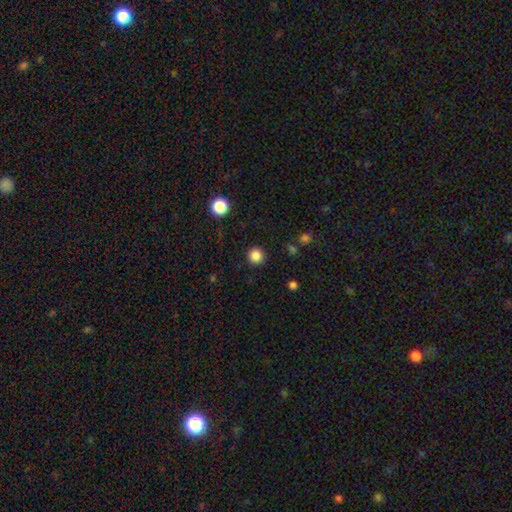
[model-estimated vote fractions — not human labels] Q: Smooth or featured?
A: smooth (85%); runner-up: star or artifact (12%)
Q: How rounded?
A: round (94%); runner-up: in between (5%)
Q: Merging?
A: none (91%); runner-up: minor disturbance (6%)